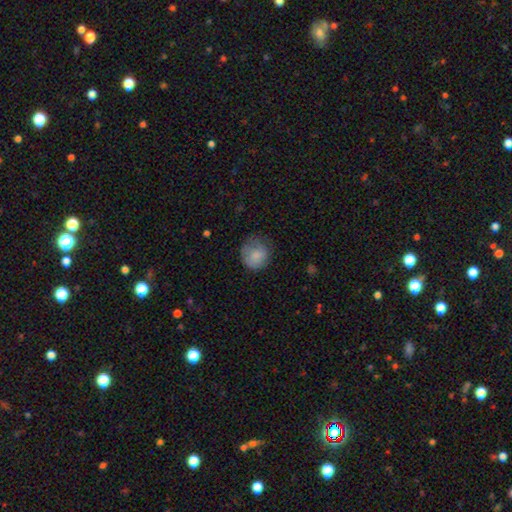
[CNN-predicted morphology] smooth 82%, featured or disk 10%, star or artifact 8%. Down the decision tree: how rounded — round (84%); merging — none (62%).